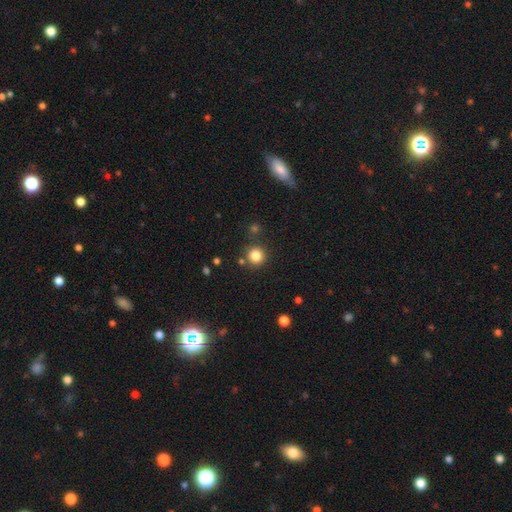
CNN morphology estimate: Overall: smooth (83%). How rounded: round (94%). Merging: none (84%).